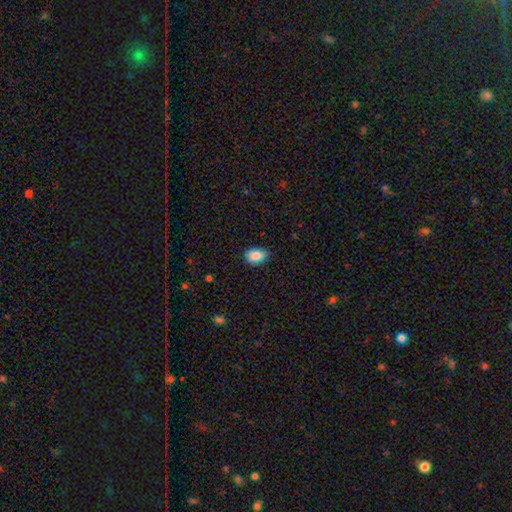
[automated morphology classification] Smooth or featured?
  - smooth: 87% *
  - star or artifact: 8%
  - featured or disk: 5%
How rounded?
  - in between: 78% *
  - round: 21%
  - cigar-shaped: 1%
Merging?
  - none: 74% *
  - minor disturbance: 22%
  - major disturbance: 3%
  - merger: 1%